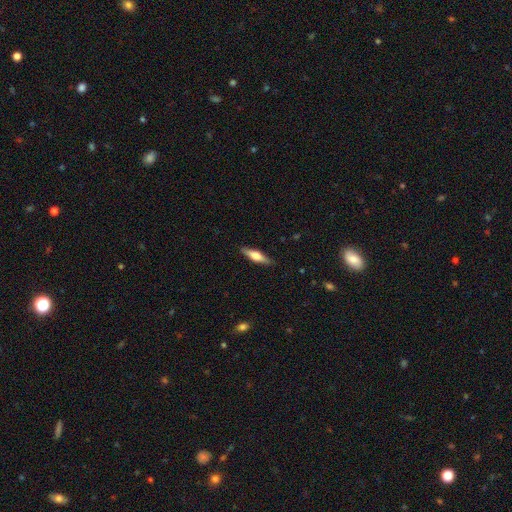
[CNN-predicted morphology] A smooth galaxy with no disk features (48%). Merging: none (88%).